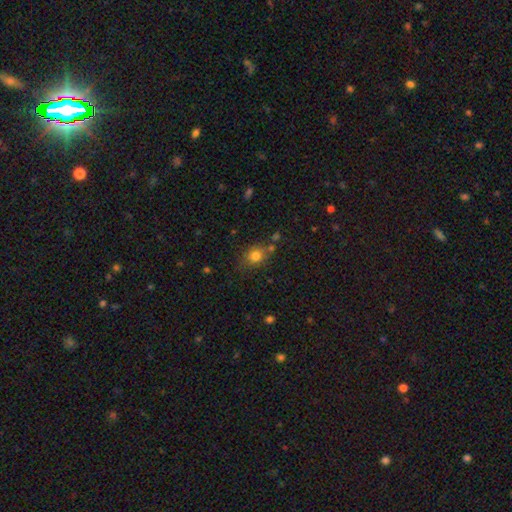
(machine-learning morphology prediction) Smooth or featured? smooth (80%)
How rounded? round (65%)
Merging? none (72%)